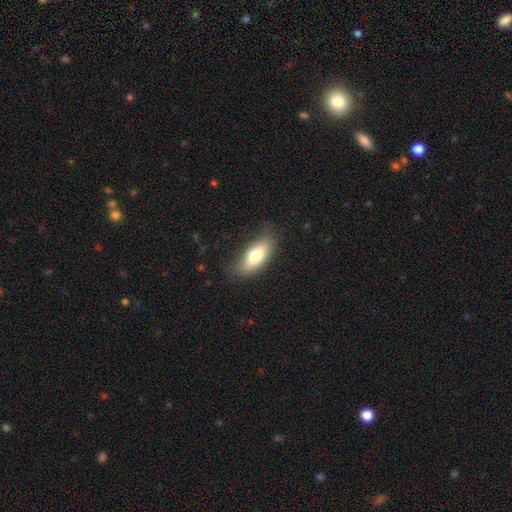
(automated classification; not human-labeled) Q: Smooth or featured?
A: smooth (74%); runner-up: featured or disk (20%)
Q: How rounded?
A: in between (75%); runner-up: cigar-shaped (22%)
Q: Merging?
A: none (81%); runner-up: minor disturbance (14%)